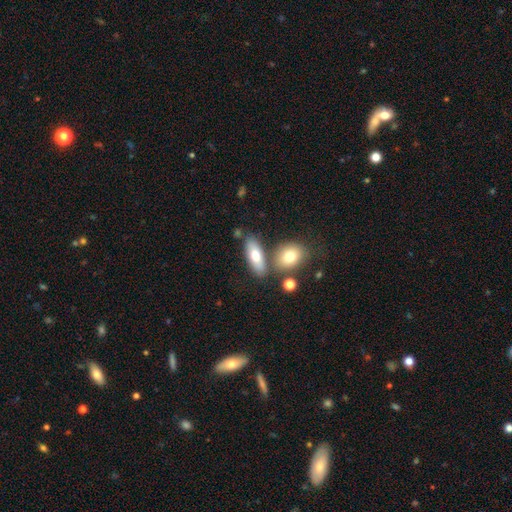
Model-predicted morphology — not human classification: This appears to be a smooth galaxy with no disk features (74%) that is in between round and cigar-shaped (76%). Merging: none (66%).